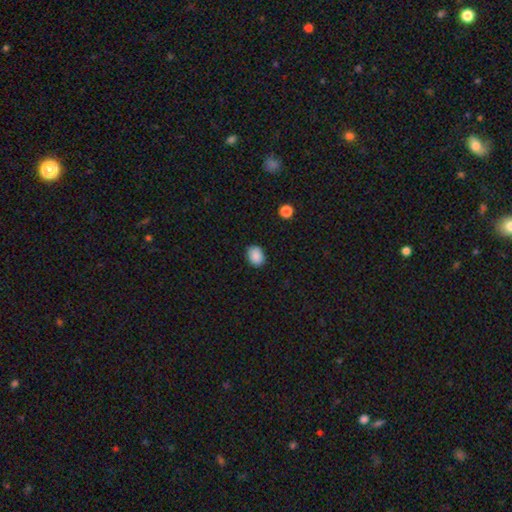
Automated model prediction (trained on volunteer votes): A smooth galaxy with no disk features (88%) that is in between round and cigar-shaped (61%).

Vote fractions:
- Smooth or featured? smooth: 88% / star or artifact: 8% / featured or disk: 3%
- How rounded? in between: 61% / round: 38% / cigar-shaped: 1%
- Merging? none: 84% / minor disturbance: 13% / major disturbance: 2% / merger: 1%